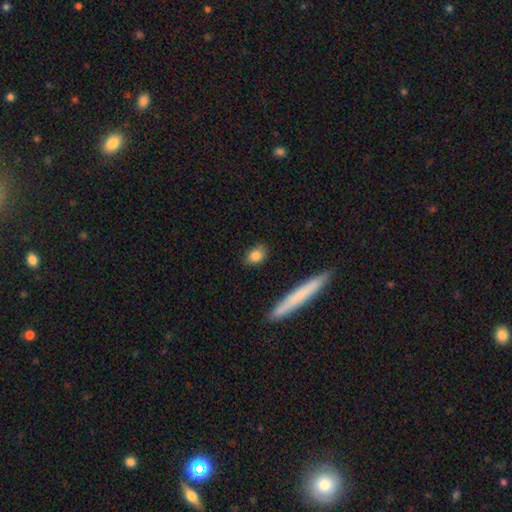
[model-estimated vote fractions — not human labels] Smooth or featured?
  - smooth: 84% *
  - star or artifact: 8%
  - featured or disk: 8%
How rounded?
  - in between: 51% *
  - round: 41%
  - cigar-shaped: 8%
Merging?
  - none: 84% *
  - minor disturbance: 12%
  - major disturbance: 3%
  - merger: 2%